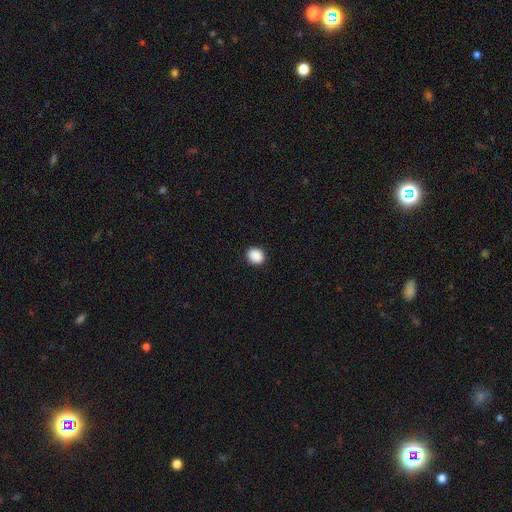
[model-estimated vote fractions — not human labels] Morphology: type=smooth (89%); roundness=round (79%); merging=none (92%).